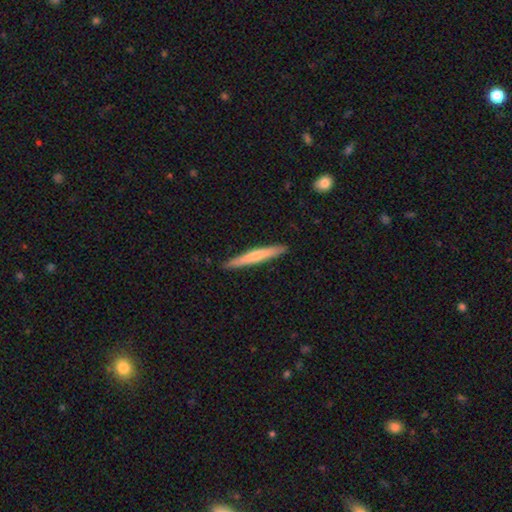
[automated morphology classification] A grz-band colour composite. It shows a smooth galaxy with no disk features (55%) that is cigar-shaped (96%). Merging: none (90%).